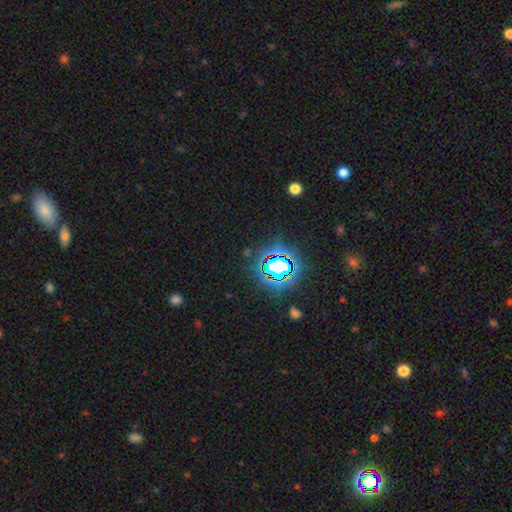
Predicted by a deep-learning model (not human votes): star or artifact 79%, smooth 13%, featured or disk 8%.